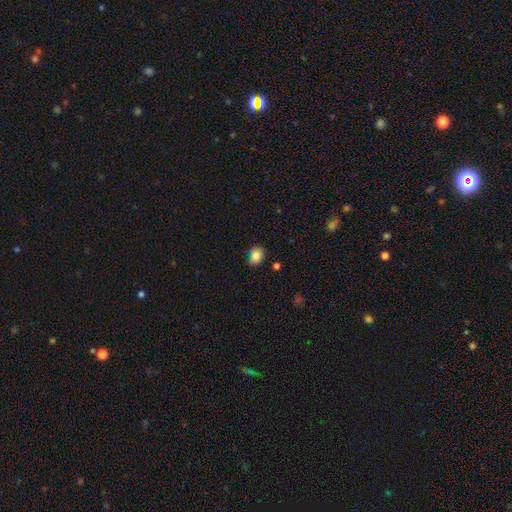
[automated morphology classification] Smooth or featured? Predicted: smooth (p=0.84). How rounded? Predicted: round (p=0.53). Merging? Predicted: none (p=0.58).